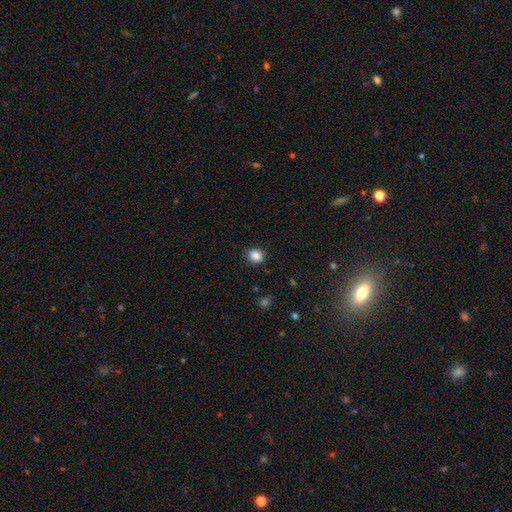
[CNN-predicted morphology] Smooth or featured? smooth (87%)
How rounded? round (52%)
Merging? none (86%)